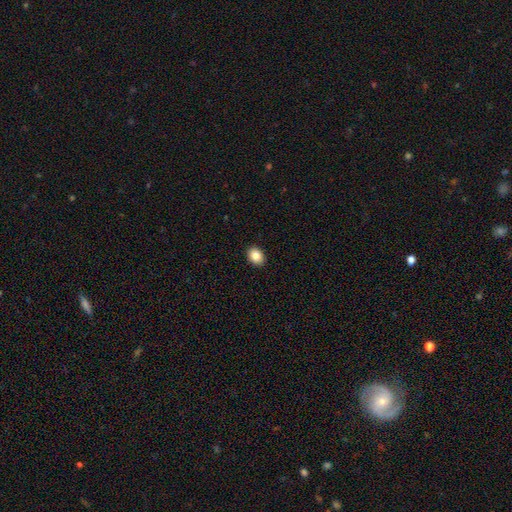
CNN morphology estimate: Q: Smooth or featured?
A: smooth (86%); runner-up: star or artifact (9%)
Q: How rounded?
A: in between (63%); runner-up: round (36%)
Q: Merging?
A: none (91%); runner-up: minor disturbance (6%)